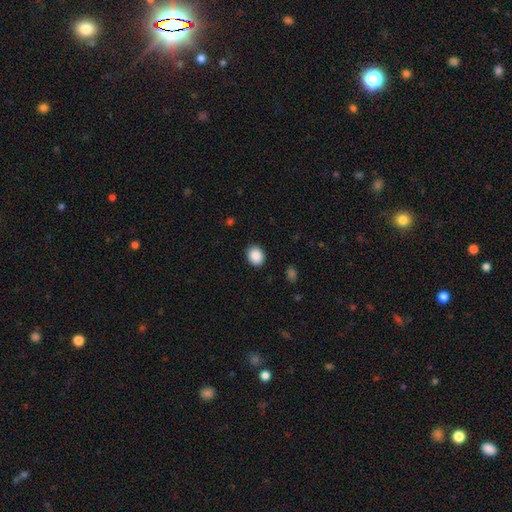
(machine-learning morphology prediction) Smooth or featured: smooth — 89% (star or artifact — 8%)
How rounded: round — 52% (in between — 47%)
Merging: none — 89% (minor disturbance — 8%)